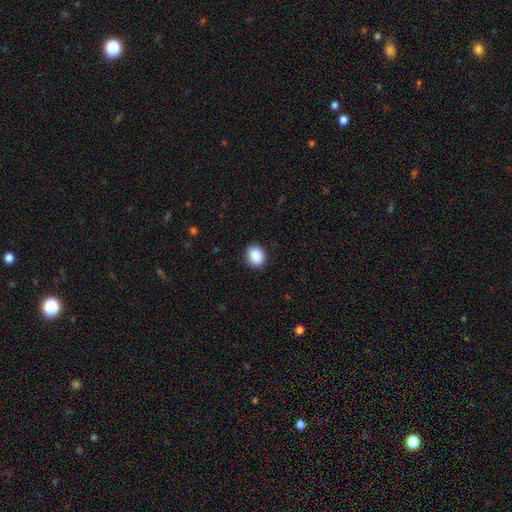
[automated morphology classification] Overall: smooth (90%). How rounded: in between (50%; round 49%). Merging: none (88%).